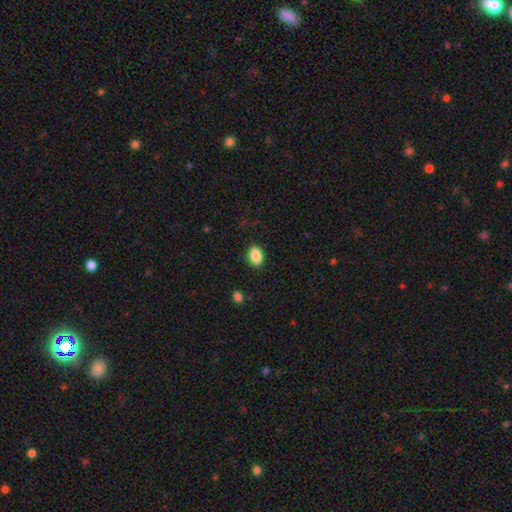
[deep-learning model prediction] A smooth galaxy with no disk features (89%) that is in between round and cigar-shaped (86%). Merging: none (88%).